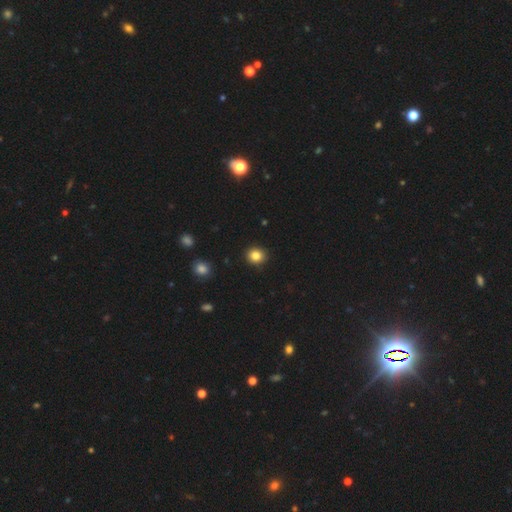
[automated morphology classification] smooth-or-featured: smooth: 84% | star or artifact: 11% | featured or disk: 5%
  how-rounded: round: 84% | in between: 16% | cigar-shaped: 1%
  merging: none: 92% | minor disturbance: 5% | major disturbance: 2% | merger: 1%